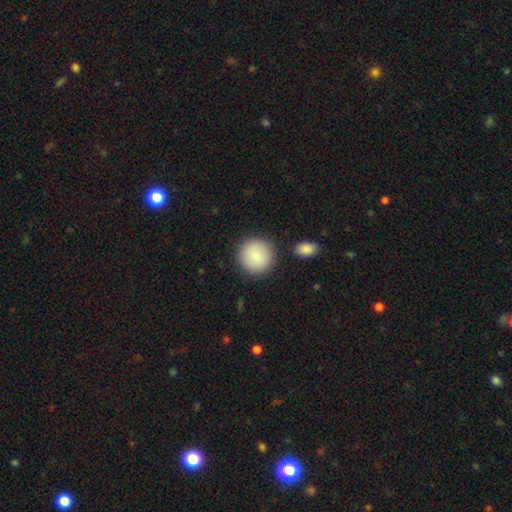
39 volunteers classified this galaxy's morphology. Overall: smooth (90%). How rounded: round (91%). Merging: none (89%).